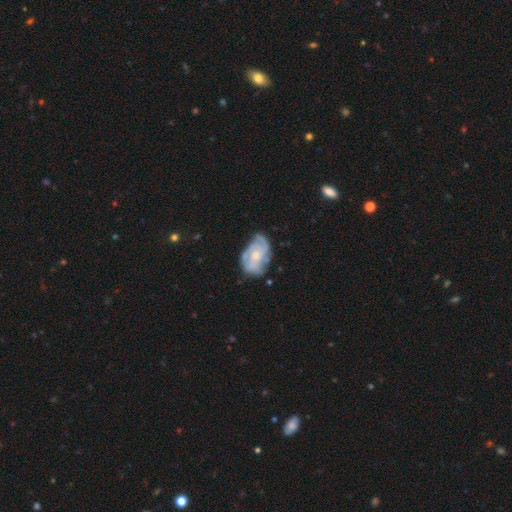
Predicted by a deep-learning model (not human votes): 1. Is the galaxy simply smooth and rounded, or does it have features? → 72% featured or disk, 22% smooth, 6% star or artifact.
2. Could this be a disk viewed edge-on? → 97% no, 3% yes.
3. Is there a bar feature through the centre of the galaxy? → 73% no, 23% weak, 4% strong.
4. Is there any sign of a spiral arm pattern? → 82% yes, 18% no.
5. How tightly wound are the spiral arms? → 46% tight, 38% medium, 16% loose.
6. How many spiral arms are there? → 35% can't tell, 25% 3, 22% 2, 9% 4, 5% 1, 4% more than 4.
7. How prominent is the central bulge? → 49% moderate, 30% small, 11% none, 8% large, 1% dominant.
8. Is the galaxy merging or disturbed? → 61% none, 26% minor disturbance, 11% major disturbance, 3% merger.